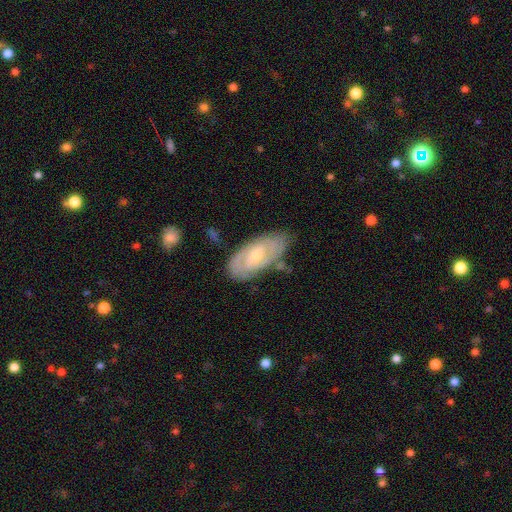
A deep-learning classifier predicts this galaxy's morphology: Smooth or featured?
  - featured or disk: 68% *
  - smooth: 26%
  - star or artifact: 6%
Edge-on disk?
  - no: 91% *
  - yes: 9%
Bar?
  - no: 47% *
  - weak: 44%
  - strong: 10%
Spiral arms?
  - yes: 81% *
  - no: 19%
Bulge size?
  - moderate: 51% *
  - small: 45%
  - large: 2%
  - none: 2%
  - dominant: 1%
Merging?
  - none: 71% *
  - minor disturbance: 21%
  - major disturbance: 5%
  - merger: 3%